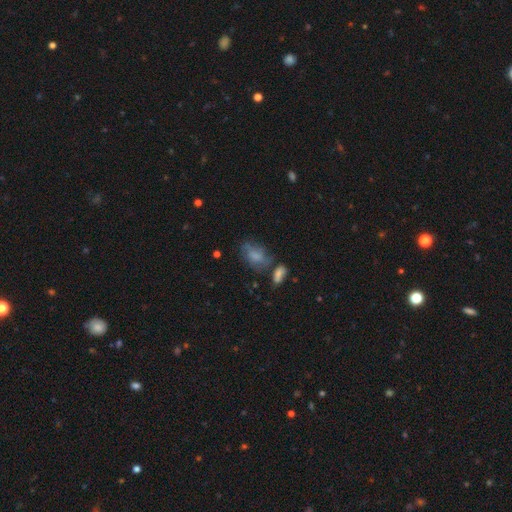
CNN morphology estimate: Overall: smooth (57%; featured or disk 31%). How rounded: in between (83%). Merging: none (43%; minor disturbance 25%).